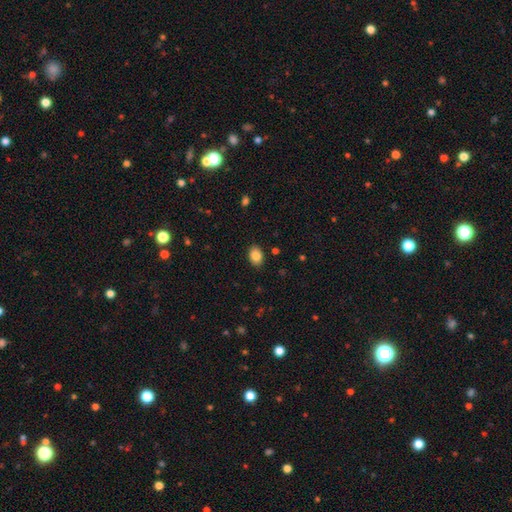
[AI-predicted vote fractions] Q: Smooth or featured?
A: smooth (86%); runner-up: star or artifact (8%)
Q: How rounded?
A: in between (79%); runner-up: round (20%)
Q: Merging?
A: none (88%); runner-up: minor disturbance (8%)